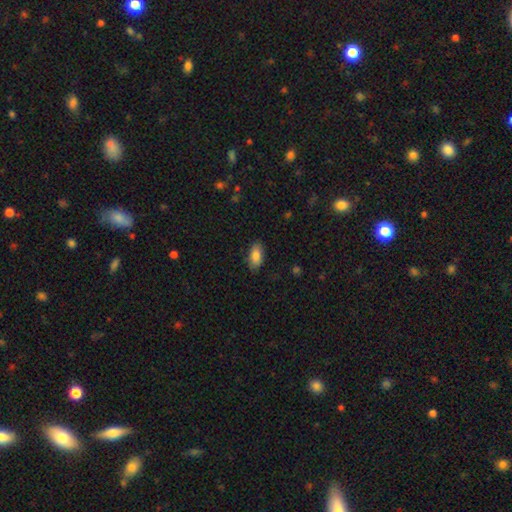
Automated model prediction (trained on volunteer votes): Q: Smooth or featured?
A: smooth (84%); runner-up: featured or disk (9%)
Q: How rounded?
A: in between (91%); runner-up: cigar-shaped (6%)
Q: Merging?
A: none (85%); runner-up: minor disturbance (11%)